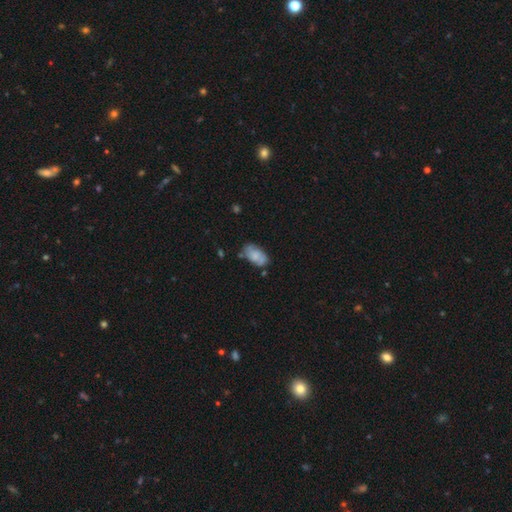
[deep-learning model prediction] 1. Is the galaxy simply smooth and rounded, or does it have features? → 58% smooth, 35% featured or disk, 8% star or artifact.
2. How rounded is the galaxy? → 93% in between, 5% round, 2% cigar-shaped.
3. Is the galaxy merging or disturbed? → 63% none, 25% minor disturbance, 7% major disturbance, 5% merger.